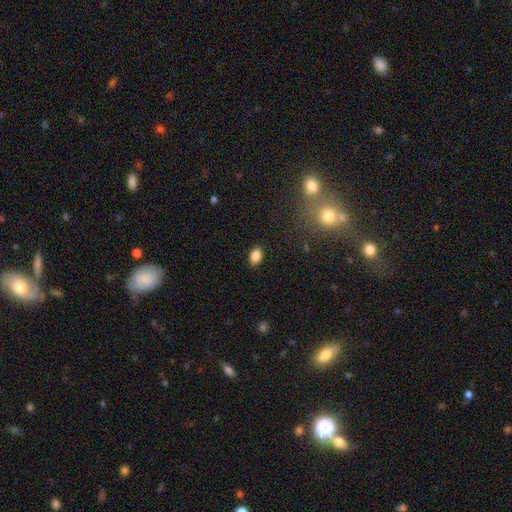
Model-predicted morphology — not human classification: Overall: smooth (86%). How rounded: in between (83%). Merging: none (87%).